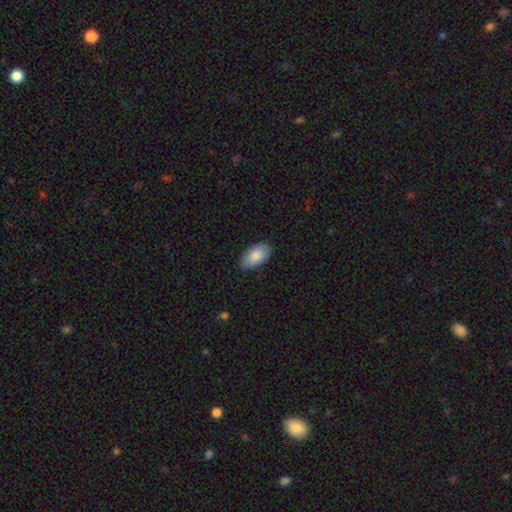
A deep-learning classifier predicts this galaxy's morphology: Smooth or featured? smooth (86%)
How rounded? in between (95%)
Merging? none (84%)